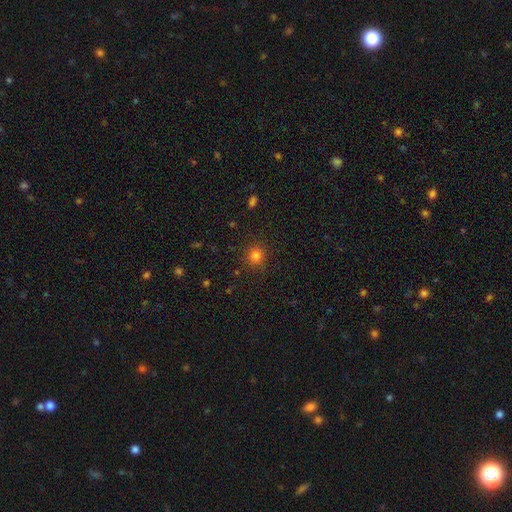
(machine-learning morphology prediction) The model was most divided on "smooth or featured": smooth: 80%, star or artifact: 15%, featured or disk: 5%. More confident: how rounded — round (88%); merging — none (88%).